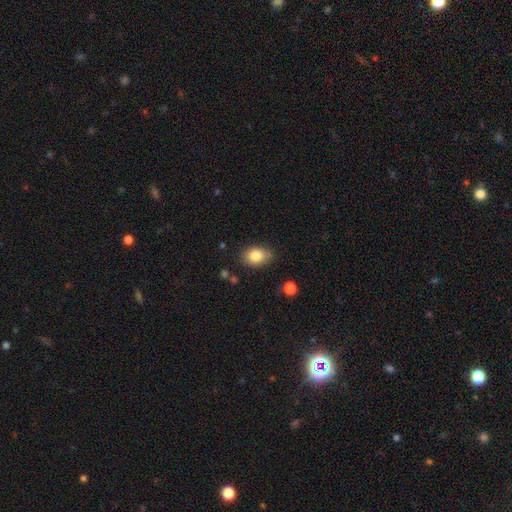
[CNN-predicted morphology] smooth_or_featured: smooth (p=0.83) [alt: star or artifact p=0.09]
how_rounded: in between (p=0.70) [alt: round p=0.29]
merging: none (p=0.76) [alt: minor disturbance p=0.18]